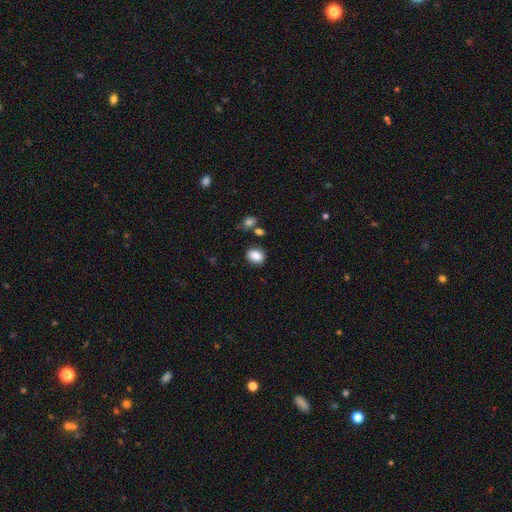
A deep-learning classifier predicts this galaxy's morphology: Smooth or featured?
  - smooth: 85% *
  - star or artifact: 9%
  - featured or disk: 6%
How rounded?
  - in between: 61% *
  - round: 37%
  - cigar-shaped: 1%
Merging?
  - none: 82% *
  - minor disturbance: 10%
  - merger: 5%
  - major disturbance: 3%